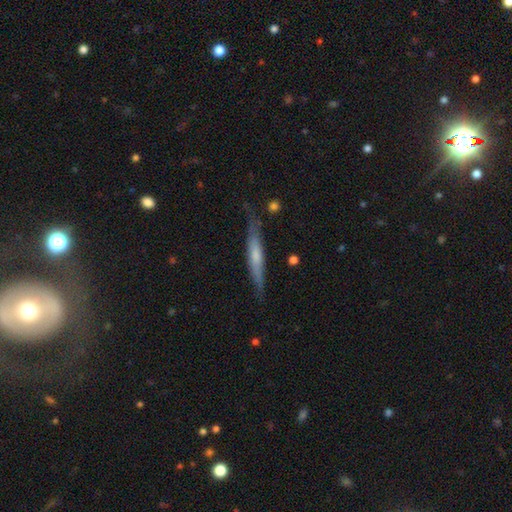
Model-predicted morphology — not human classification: Overall: featured or disk (49%; smooth 45%). Merging: none (73%).